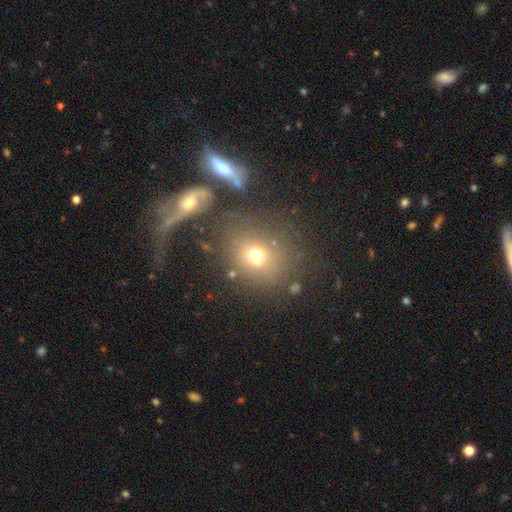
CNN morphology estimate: smooth-or-featured: smooth: 63% | star or artifact: 21% | featured or disk: 17%
  how-rounded: round: 69% | in between: 29% | cigar-shaped: 1%
  merging: none: 62% | merger: 15% | minor disturbance: 15% | major disturbance: 9%